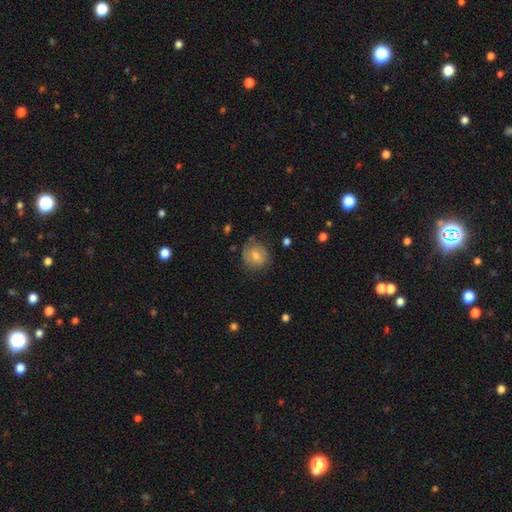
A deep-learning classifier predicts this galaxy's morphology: smooth_or_featured: smooth (p=0.52) [alt: featured or disk p=0.35]
how_rounded: round (p=0.78) [alt: in between p=0.21]
merging: none (p=0.72) [alt: minor disturbance p=0.20]